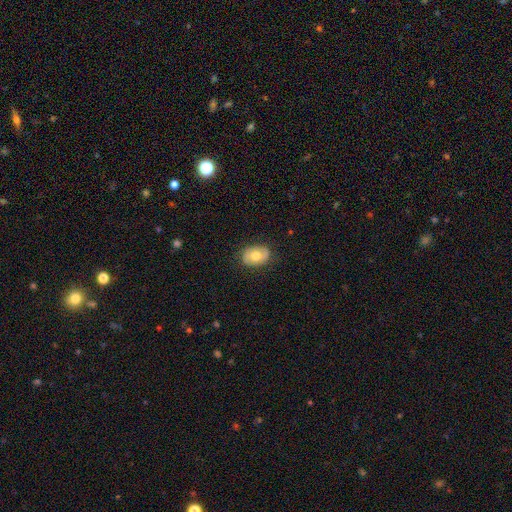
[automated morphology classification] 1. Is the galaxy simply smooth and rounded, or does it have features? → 57% smooth, 36% featured or disk, 7% star or artifact.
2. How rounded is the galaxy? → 71% in between, 28% round, 1% cigar-shaped.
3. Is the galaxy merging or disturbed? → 82% none, 14% minor disturbance, 4% major disturbance, 1% merger.